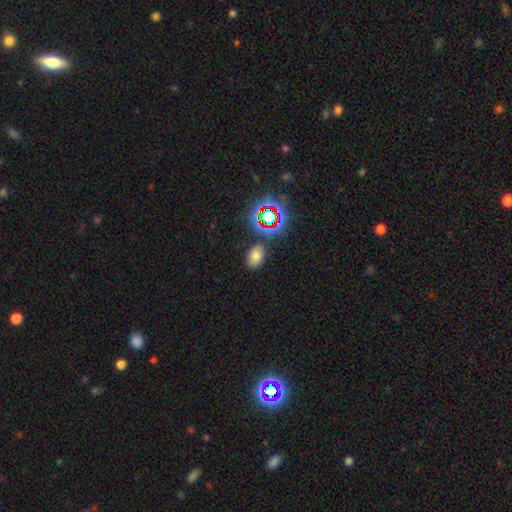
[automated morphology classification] A smooth galaxy with no disk features (69%) that is in between round and cigar-shaped (85%).

Vote fractions:
- Smooth or featured? smooth: 69% / star or artifact: 22% / featured or disk: 9%
- How rounded? in between: 85% / round: 14% / cigar-shaped: 1%
- Merging? none: 81% / minor disturbance: 11% / merger: 4% / major disturbance: 3%